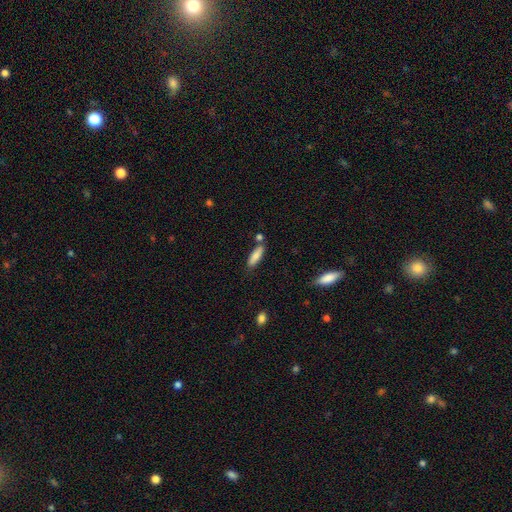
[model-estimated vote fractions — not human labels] Morphology: type=smooth (82%); roundness=cigar-shaped (57%); merging=none (70%).